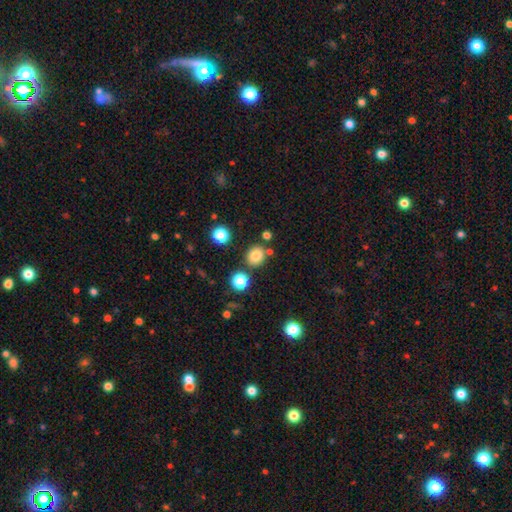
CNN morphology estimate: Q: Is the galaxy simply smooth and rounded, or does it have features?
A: smooth — 80%.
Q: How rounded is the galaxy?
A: round — 70%.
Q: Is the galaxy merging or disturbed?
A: none — 77%.